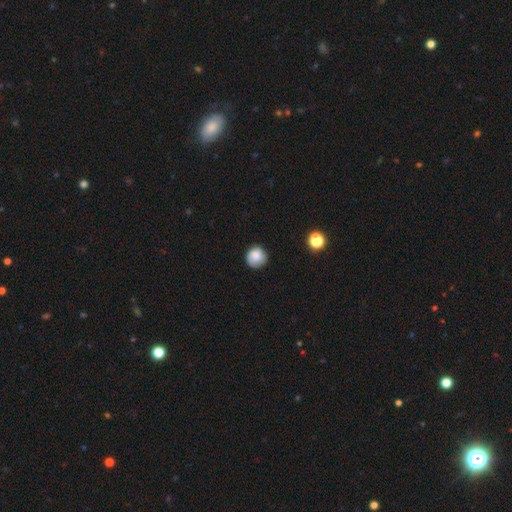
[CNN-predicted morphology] This is likely a smooth galaxy (78%). How rounded: clearly round (89%). Merging: likely none (77%).